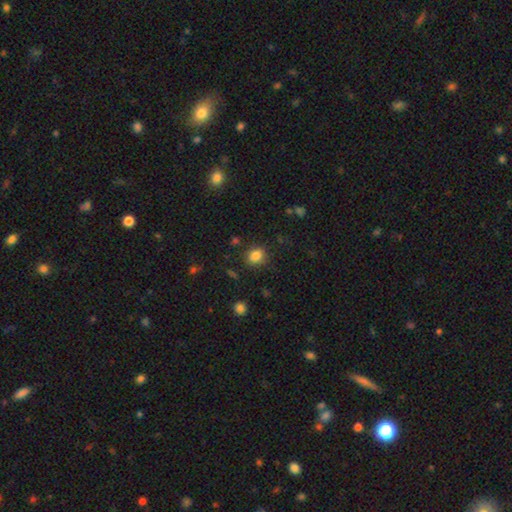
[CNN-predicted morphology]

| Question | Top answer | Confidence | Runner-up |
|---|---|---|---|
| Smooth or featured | smooth | 84% | star or artifact (11%) |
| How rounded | round | 66% | in between (33%) |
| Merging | none | 84% | minor disturbance (10%) |